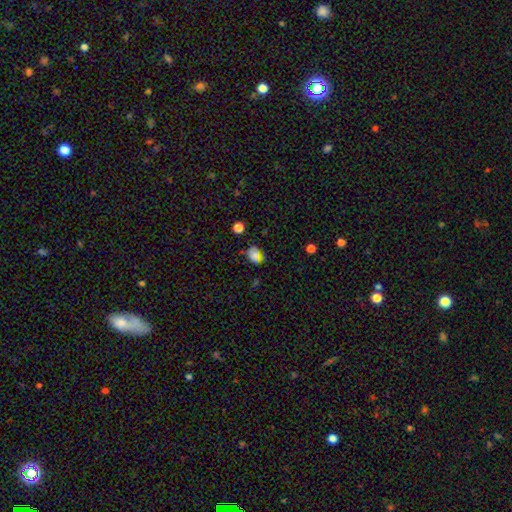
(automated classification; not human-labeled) This is likely a smooth galaxy (70%). How rounded: likely in between (61%). Merging: possibly none (58%).